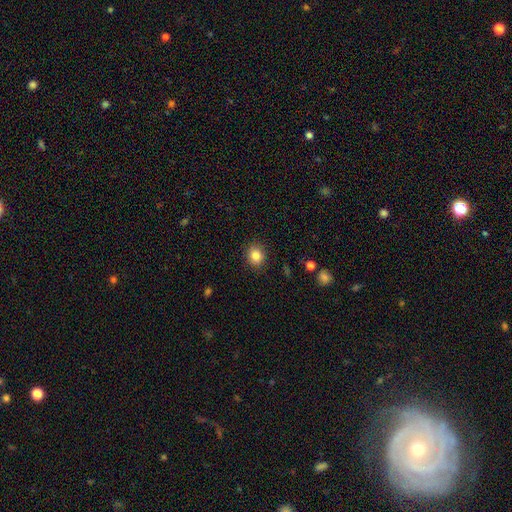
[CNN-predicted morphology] Smooth or featured? Predicted: smooth (p=0.84). How rounded? Predicted: round (p=0.75). Merging? Predicted: none (p=0.89).